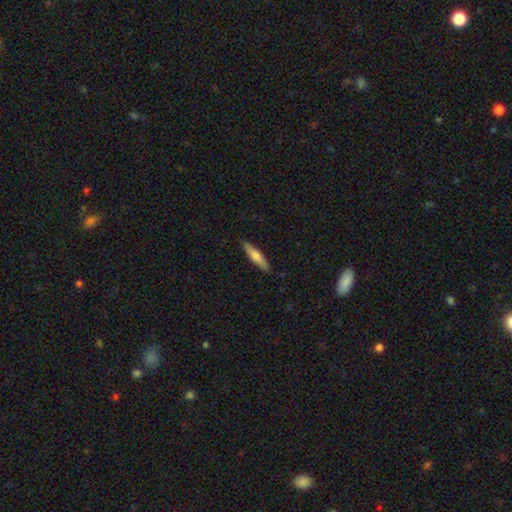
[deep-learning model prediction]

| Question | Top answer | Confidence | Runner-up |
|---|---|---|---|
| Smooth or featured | smooth | 64% | featured or disk (30%) |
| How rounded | cigar-shaped | 82% | in between (17%) |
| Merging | none | 88% | minor disturbance (9%) |